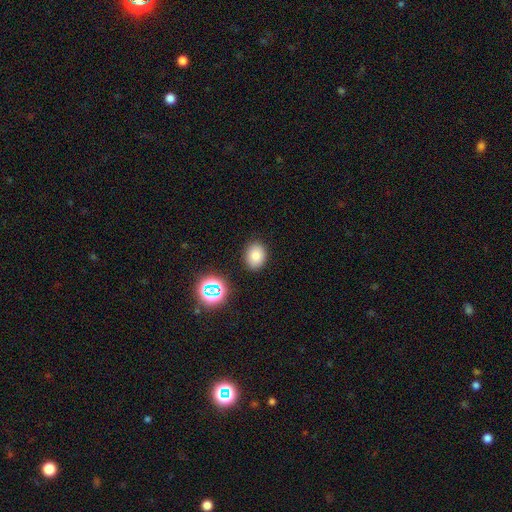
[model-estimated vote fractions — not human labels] Smooth or featured?
  - smooth: 79% *
  - star or artifact: 14%
  - featured or disk: 7%
How rounded?
  - in between: 66% *
  - round: 33%
  - cigar-shaped: 1%
Merging?
  - none: 86% *
  - minor disturbance: 10%
  - major disturbance: 3%
  - merger: 2%